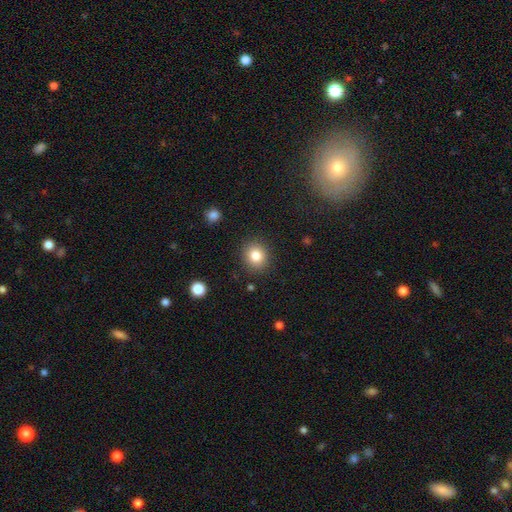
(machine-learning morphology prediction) smooth 82%, star or artifact 11%, featured or disk 7%. Down the decision tree: how rounded — round (79%); merging — none (89%).